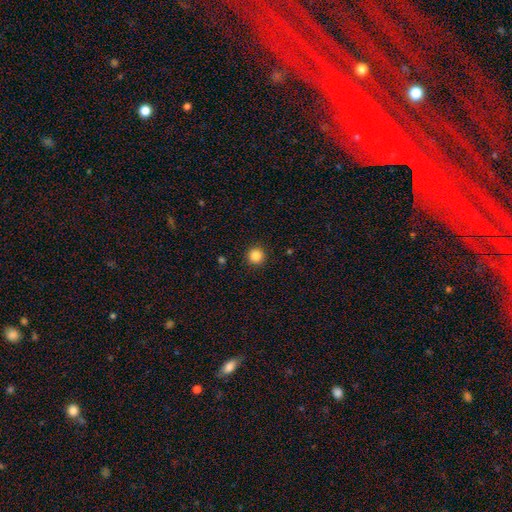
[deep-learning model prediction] Overall: smooth (86%). How rounded: round (96%). Merging: none (93%).